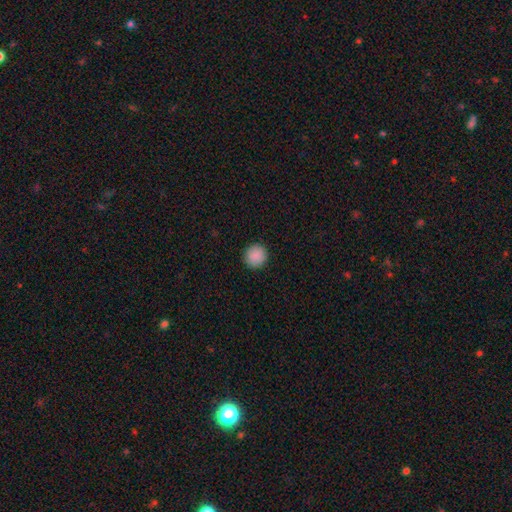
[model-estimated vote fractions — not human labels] Smooth or featured? smooth (89%)
How rounded? round (94%)
Merging? none (93%)